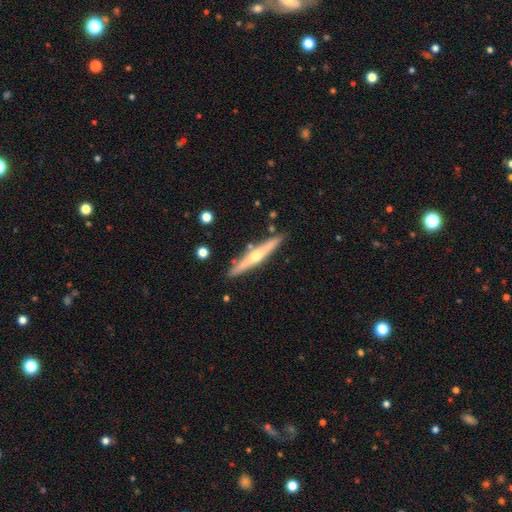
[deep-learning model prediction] smooth-or-featured: featured or disk: 64% | smooth: 30% | star or artifact: 6%
  disk-edge-on: yes: 95% | no: 5%
    edge-on-bulge: rounded: 90% | none: 8% | boxy: 2%
  merging: none: 86% | minor disturbance: 9% | merger: 3% | major disturbance: 2%